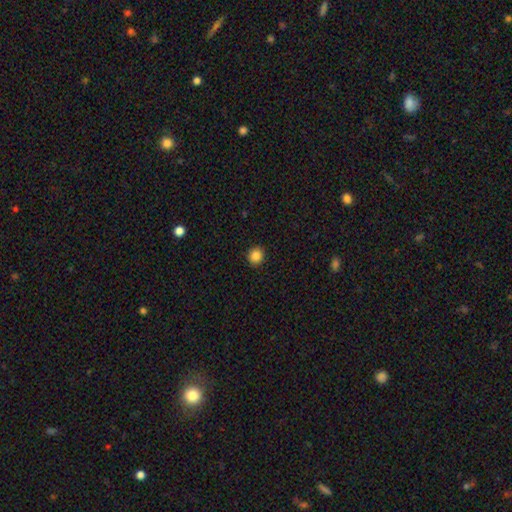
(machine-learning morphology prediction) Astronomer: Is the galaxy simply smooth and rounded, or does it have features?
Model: smooth — 86%.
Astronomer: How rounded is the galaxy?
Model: round — 87%.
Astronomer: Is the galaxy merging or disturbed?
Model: none — 92%.